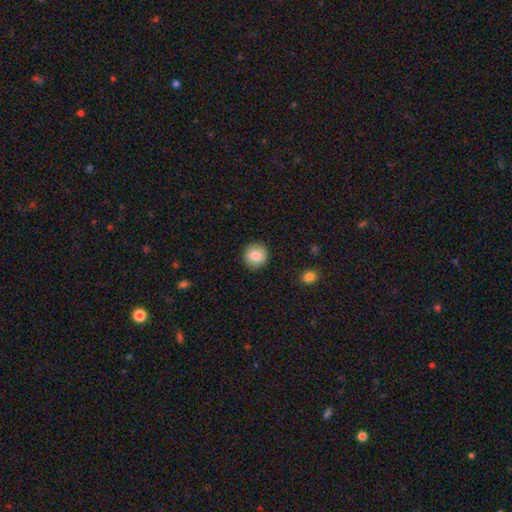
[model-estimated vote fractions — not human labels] smooth_or_featured: smooth (p=0.86) [alt: star or artifact p=0.08]
how_rounded: round (p=0.93) [alt: in between p=0.06]
merging: none (p=0.91) [alt: minor disturbance p=0.06]